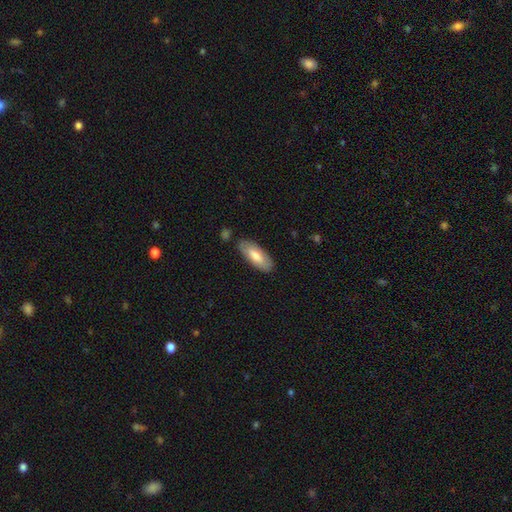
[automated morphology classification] This is likely a smooth galaxy (68%). How rounded: likely in between (79%). Merging: clearly none (83%).